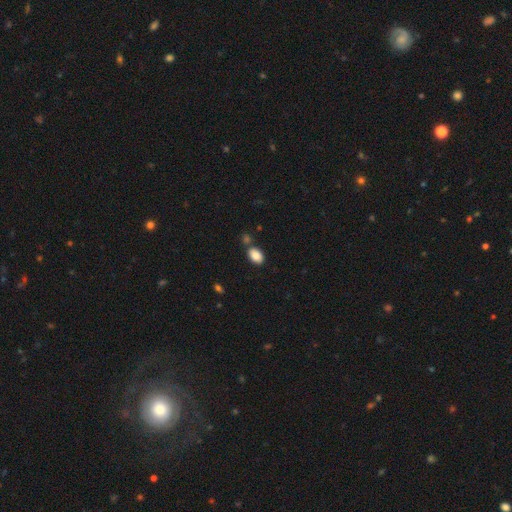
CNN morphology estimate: type=smooth (86%); roundness=in between (87%); merging=none (71%).